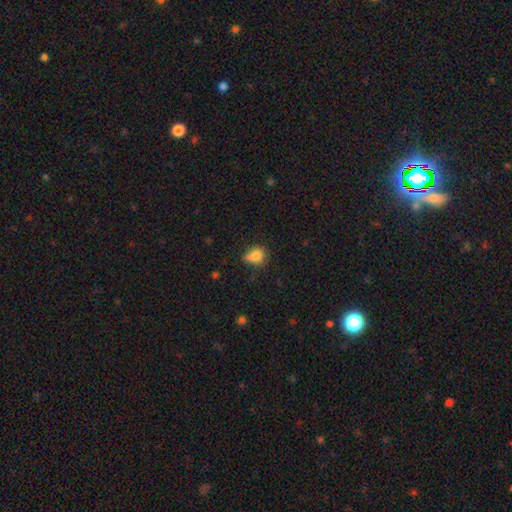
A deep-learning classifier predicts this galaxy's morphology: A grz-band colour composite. It shows a smooth galaxy with no disk features (81%) that is round (67%). Merging: none (50%).